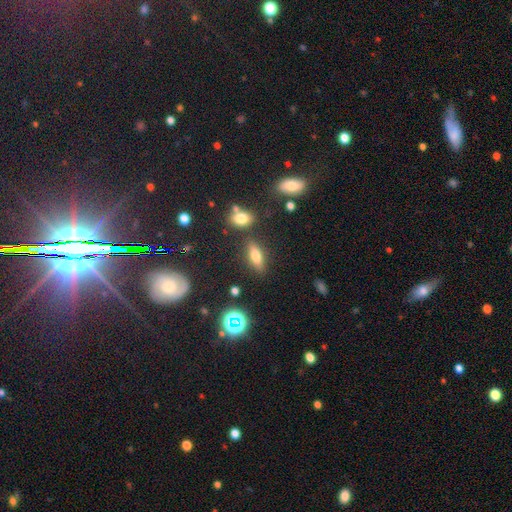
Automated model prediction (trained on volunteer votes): Overall: smooth (62%). How rounded: in between (59%; cigar-shaped 36%). Merging: none (80%).